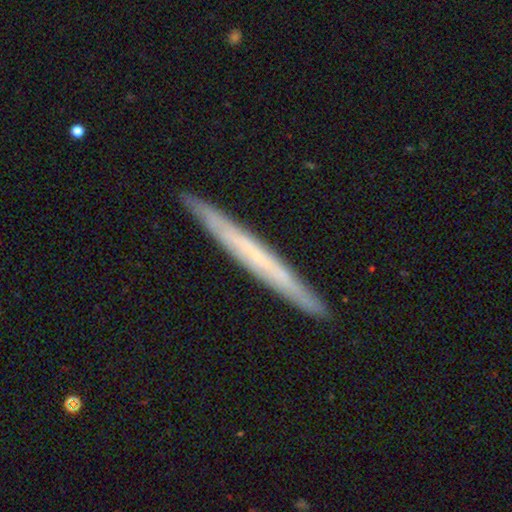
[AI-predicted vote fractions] Smooth or featured? Predicted: featured or disk (p=0.55). Edge-on disk? Predicted: yes (p=0.94). Edge-on bulge? Predicted: none (p=0.86). Merging? Predicted: none (p=0.91).